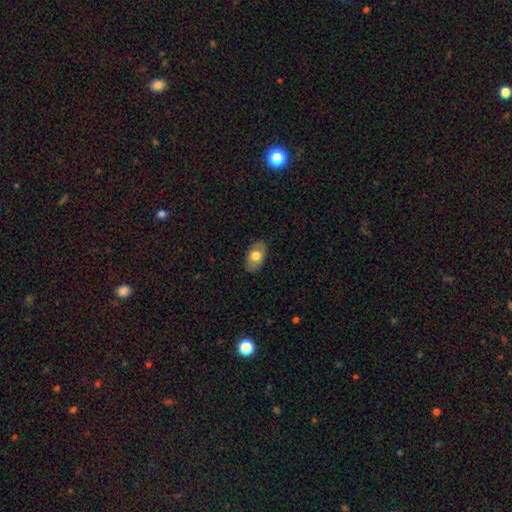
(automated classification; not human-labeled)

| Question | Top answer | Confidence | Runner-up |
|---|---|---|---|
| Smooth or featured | smooth | 68% | featured or disk (25%) |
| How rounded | in between | 91% | round (8%) |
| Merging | none | 83% | minor disturbance (13%) |